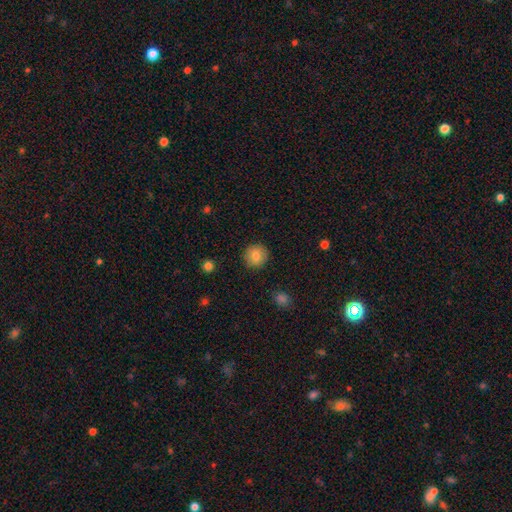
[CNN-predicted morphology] Q: Smooth or featured?
A: smooth (83%); runner-up: star or artifact (8%)
Q: How rounded?
A: round (93%); runner-up: in between (6%)
Q: Merging?
A: none (91%); runner-up: minor disturbance (6%)